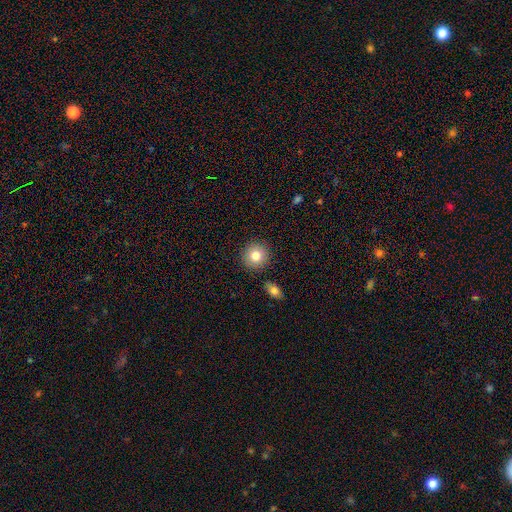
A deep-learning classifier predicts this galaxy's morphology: This is clearly a smooth galaxy (81%). How rounded: clearly round (92%). Merging: clearly none (88%).